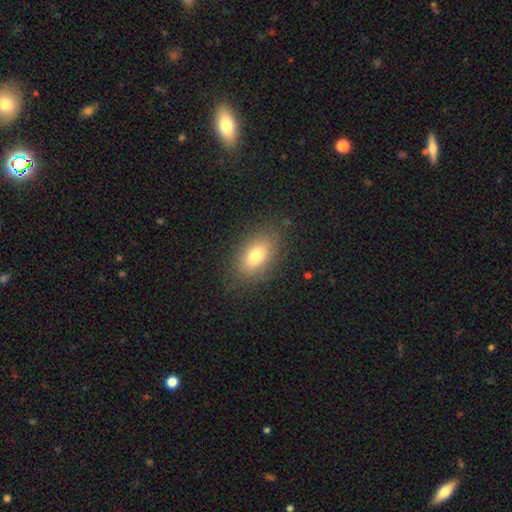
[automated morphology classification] Smooth or featured? Predicted: smooth (p=0.76). How rounded? Predicted: in between (p=0.84). Merging? Predicted: none (p=0.84).